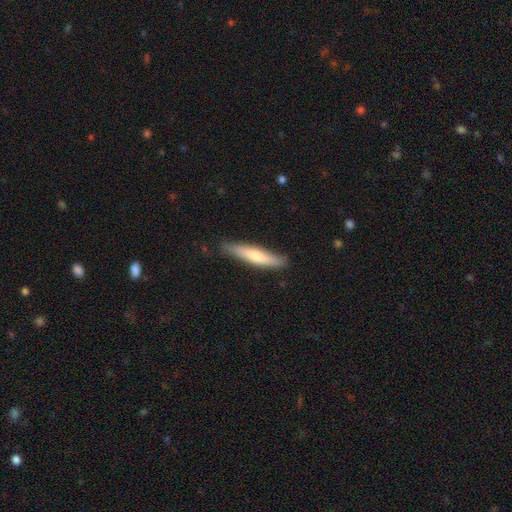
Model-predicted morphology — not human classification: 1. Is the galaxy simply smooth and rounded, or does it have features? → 57% smooth, 37% featured or disk, 6% star or artifact.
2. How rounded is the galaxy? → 89% cigar-shaped, 10% in between, 1% round.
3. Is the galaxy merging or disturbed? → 83% none, 14% minor disturbance, 2% major disturbance, 1% merger.